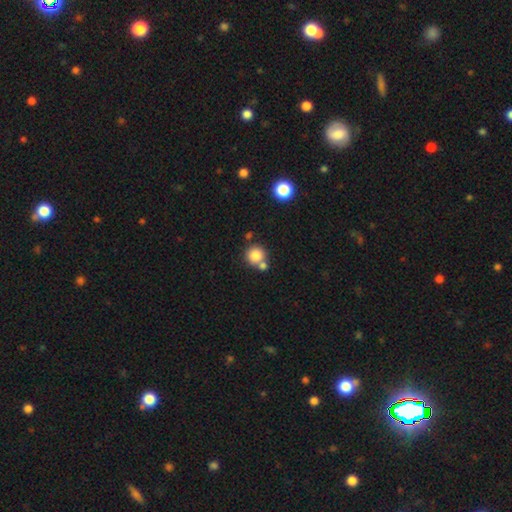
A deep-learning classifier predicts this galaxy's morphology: Smooth or featured? smooth (83%)
How rounded? round (92%)
Merging? none (60%)